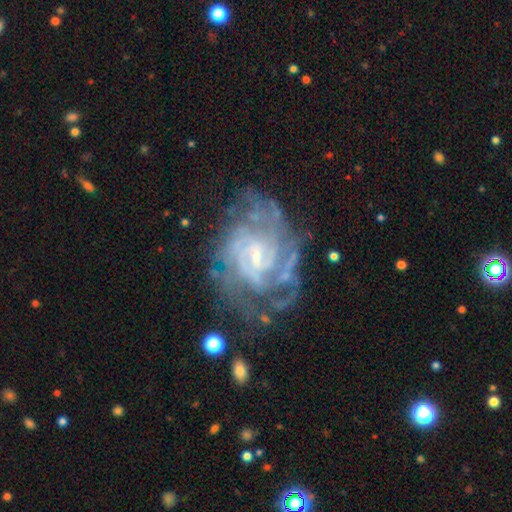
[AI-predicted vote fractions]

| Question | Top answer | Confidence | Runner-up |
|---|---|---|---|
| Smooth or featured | featured or disk | 88% | star or artifact (6%) |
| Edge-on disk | no | 98% | yes (2%) |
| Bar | weak | 54% | no (31%) |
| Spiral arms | yes | 96% | no (4%) |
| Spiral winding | tight | 63% | medium (31%) |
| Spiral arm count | can't tell | 34% | 2 (17%) |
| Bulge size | small | 65% | moderate (23%) |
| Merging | none | 64% | minor disturbance (20%) |